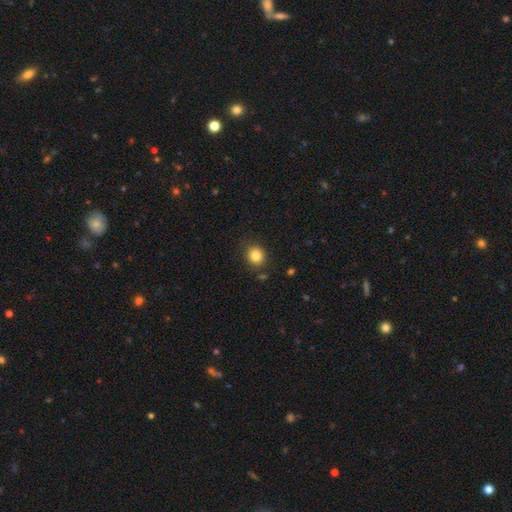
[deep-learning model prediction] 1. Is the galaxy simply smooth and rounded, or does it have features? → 84% smooth, 11% star or artifact, 6% featured or disk.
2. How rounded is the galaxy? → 80% round, 19% in between, 1% cigar-shaped.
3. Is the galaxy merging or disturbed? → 86% none, 9% minor disturbance, 3% major disturbance, 3% merger.